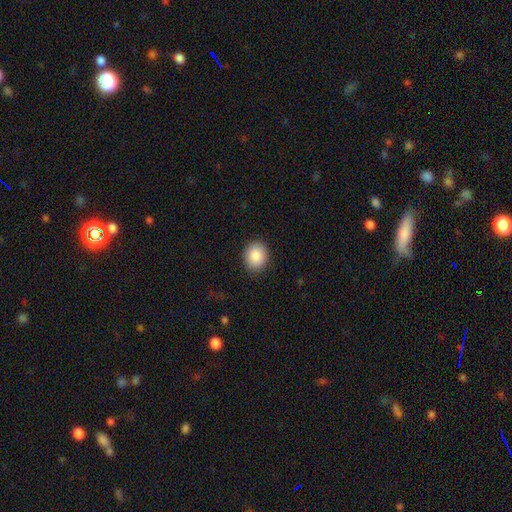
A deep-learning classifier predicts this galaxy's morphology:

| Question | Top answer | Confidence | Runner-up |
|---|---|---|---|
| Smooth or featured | smooth | 88% | star or artifact (7%) |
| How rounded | round | 68% | in between (31%) |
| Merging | none | 89% | minor disturbance (8%) |